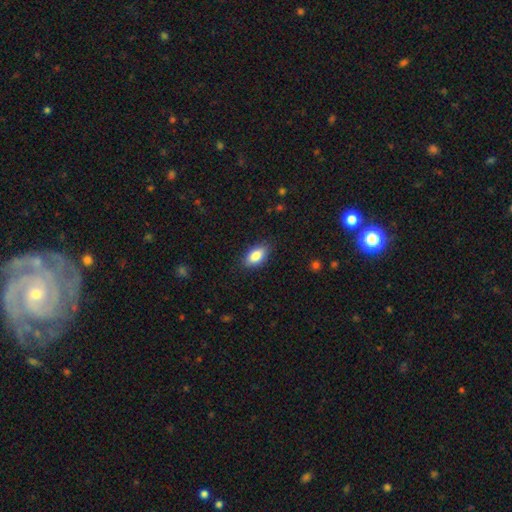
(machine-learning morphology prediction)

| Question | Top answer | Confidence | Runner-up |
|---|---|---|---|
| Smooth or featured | smooth | 86% | featured or disk (8%) |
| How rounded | in between | 91% | round (4%) |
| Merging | none | 86% | minor disturbance (11%) |